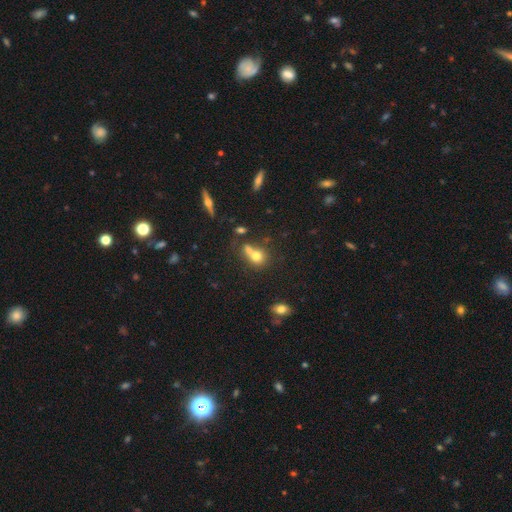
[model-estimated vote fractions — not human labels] This appears to be a smooth galaxy with no disk features (72%) that is round (68%). Merging: merger (49%).